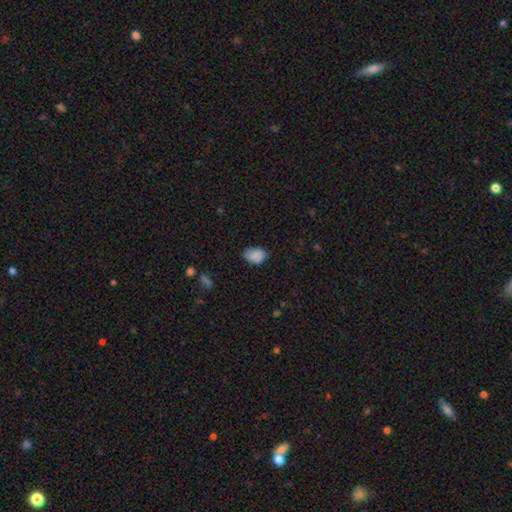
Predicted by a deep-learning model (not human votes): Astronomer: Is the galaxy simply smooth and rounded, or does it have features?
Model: smooth — 87%.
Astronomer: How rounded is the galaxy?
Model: in between — 77%.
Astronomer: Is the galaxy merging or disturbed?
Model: none — 72%.